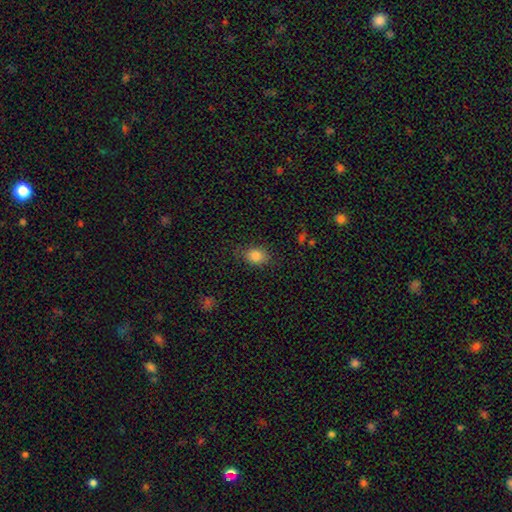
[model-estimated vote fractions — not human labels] This is clearly a smooth galaxy (83%). How rounded: likely in between (63%). Merging: clearly none (80%).